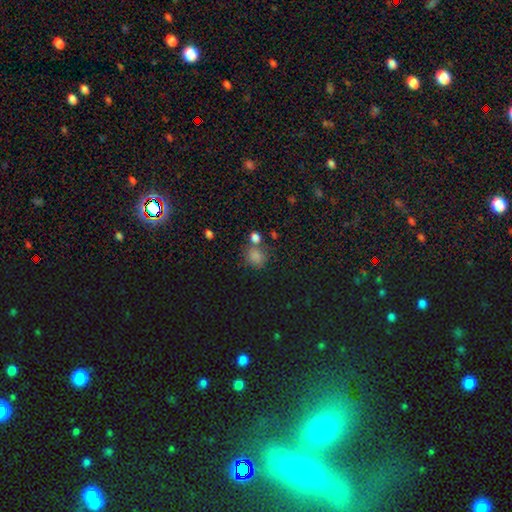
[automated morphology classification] Smooth or featured?
  - smooth: 77% *
  - star or artifact: 16%
  - featured or disk: 6%
How rounded?
  - round: 77% *
  - in between: 22%
  - cigar-shaped: 1%
Merging?
  - none: 58% *
  - merger: 20%
  - minor disturbance: 15%
  - major disturbance: 7%